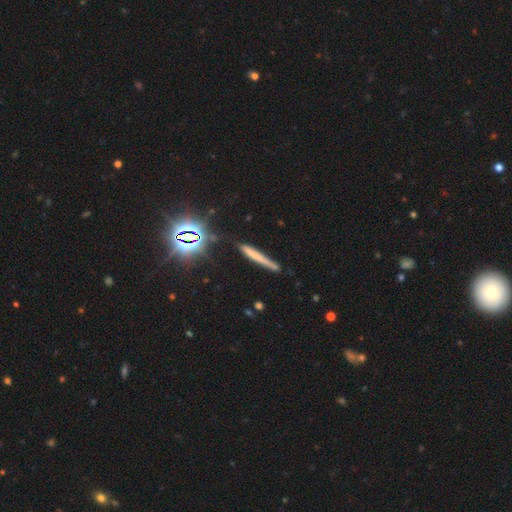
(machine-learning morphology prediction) smooth-or-featured: smooth: 55% | featured or disk: 27% | star or artifact: 18%
  how-rounded: cigar-shaped: 94% | in between: 4% | round: 2%
  merging: none: 72% | minor disturbance: 18% | major disturbance: 5% | merger: 4%